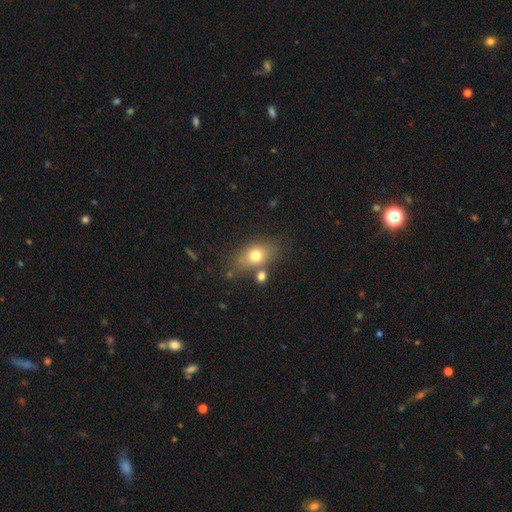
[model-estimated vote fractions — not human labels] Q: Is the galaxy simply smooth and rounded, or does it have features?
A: smooth — 72%.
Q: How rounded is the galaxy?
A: in between — 68%.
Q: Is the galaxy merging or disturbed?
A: none — 65%.